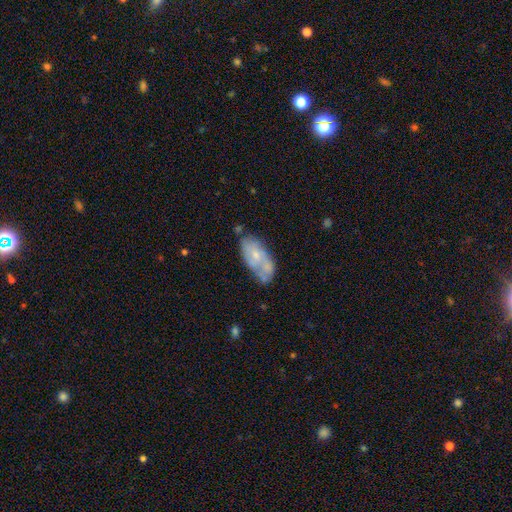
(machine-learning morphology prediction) featured or disk 48%, smooth 46%, star or artifact 6%. Down the decision tree: merging — none (41%).